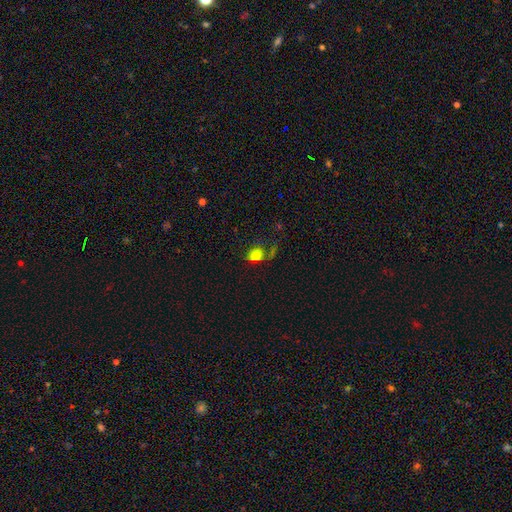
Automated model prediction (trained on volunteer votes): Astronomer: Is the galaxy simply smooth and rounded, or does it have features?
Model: smooth — 77%.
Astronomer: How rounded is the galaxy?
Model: in between — 59% (runner-up: round, 40%).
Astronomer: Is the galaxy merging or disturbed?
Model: none — 44% (runner-up: major disturbance, 26%).